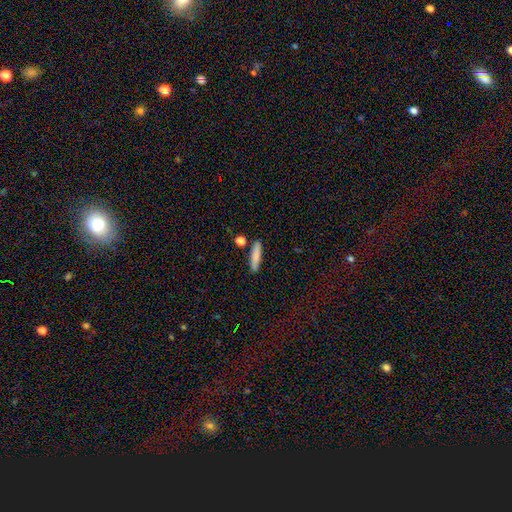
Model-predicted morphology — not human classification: Smooth or featured? Predicted: smooth (p=0.84). How rounded? Predicted: cigar-shaped (p=0.80). Merging? Predicted: none (p=0.85).